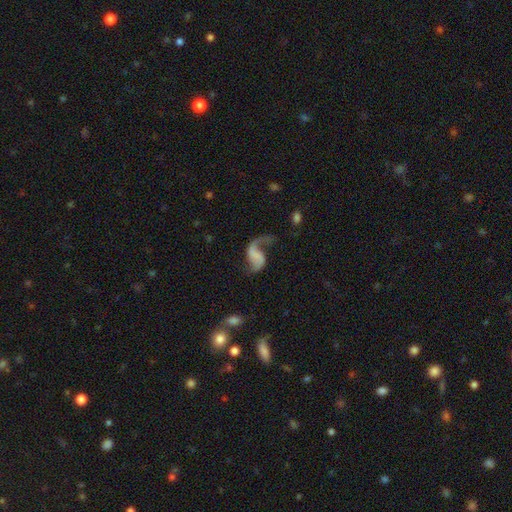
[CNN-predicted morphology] Overall: featured or disk (77%). Edge-on disk: no (98%). Bar: no (49%; weak 33%). Spiral arms: yes (92%). Spiral arm count: 2 (69%). Spiral winding: loose (85%). Bulge size: none (69%). Merging: none (46%; major disturbance 31%).